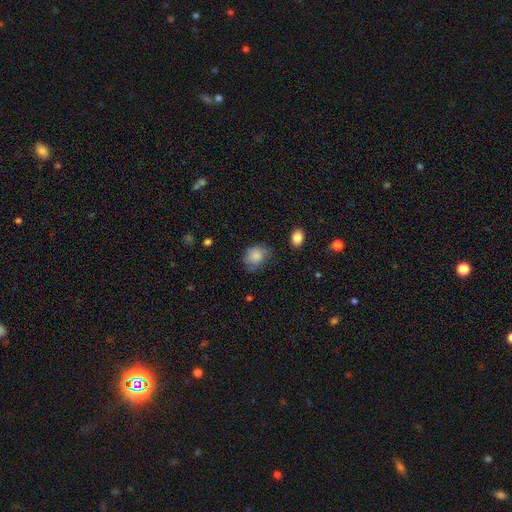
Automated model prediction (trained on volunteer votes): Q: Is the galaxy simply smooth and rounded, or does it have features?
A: smooth — 83%.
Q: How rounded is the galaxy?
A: round — 54%.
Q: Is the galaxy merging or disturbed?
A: none — 61%.